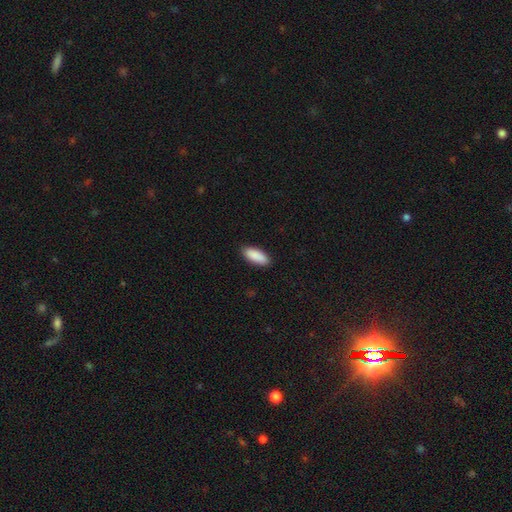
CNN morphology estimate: Smooth or featured? Predicted: smooth (p=0.91). How rounded? Predicted: in between (p=0.79). Merging? Predicted: none (p=0.89).